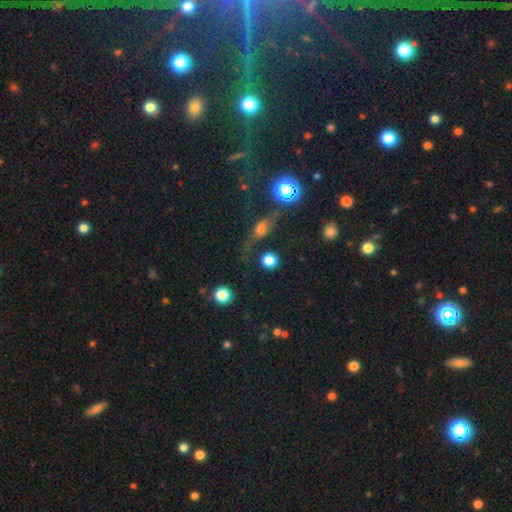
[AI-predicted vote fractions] Smooth or featured? Predicted: star or artifact (p=0.47).